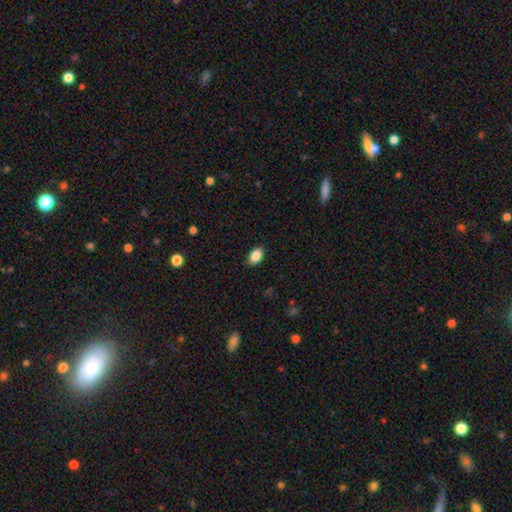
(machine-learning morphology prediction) smooth 88%, star or artifact 8%, featured or disk 4%. Down the decision tree: how rounded — in between (86%); merging — none (86%).